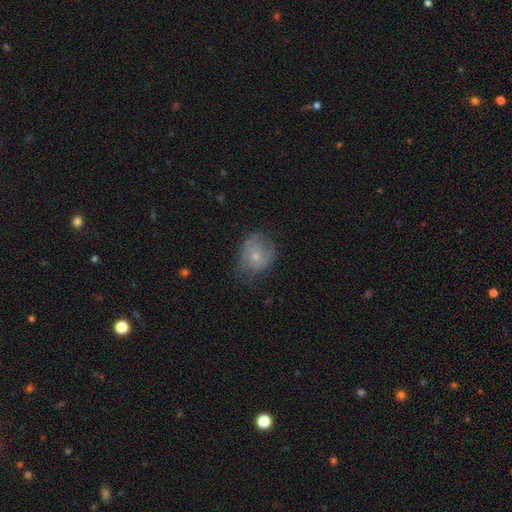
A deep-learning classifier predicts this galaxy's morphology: The model was most divided on "smooth or featured" (2-way tie): featured or disk: 46%, smooth: 46%, star or artifact: 8%. More confident: merging — none (55%).